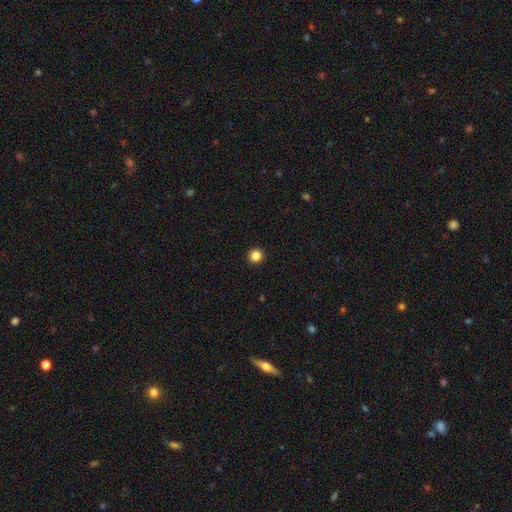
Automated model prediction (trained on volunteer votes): Smooth or featured: smooth — 85% (star or artifact — 12%)
How rounded: round — 95% (in between — 4%)
Merging: none — 94% (minor disturbance — 4%)